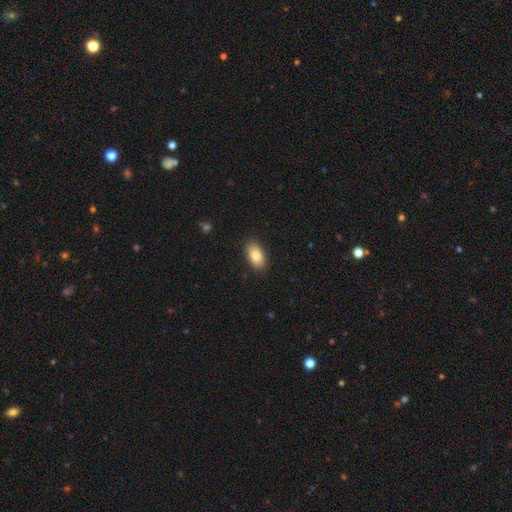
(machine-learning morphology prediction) The model was most divided on "smooth or featured": smooth: 85%, featured or disk: 8%, star or artifact: 7%. More confident: how rounded — in between (93%); merging — none (88%).